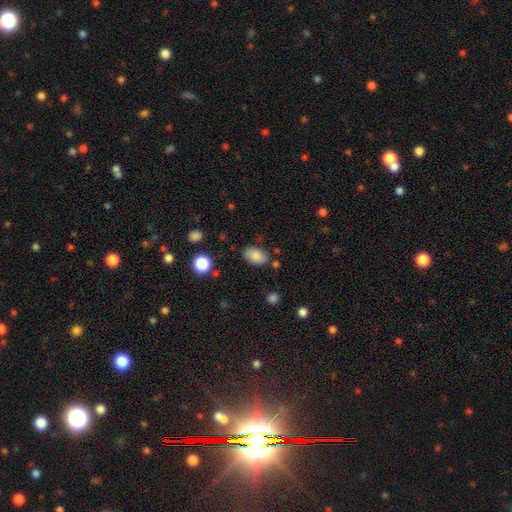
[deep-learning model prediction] Overall: smooth (86%). How rounded: in between (88%). Merging: none (80%).